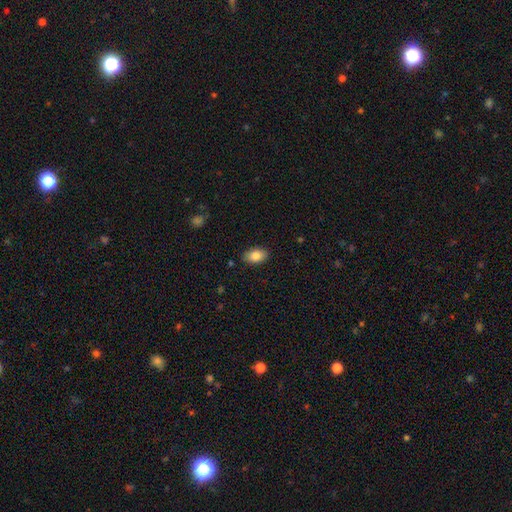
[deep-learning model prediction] smooth-or-featured: smooth: 85% | featured or disk: 7% | star or artifact: 7%
  how-rounded: in between: 91% | round: 8% | cigar-shaped: 2%
  merging: none: 85% | minor disturbance: 11% | major disturbance: 2% | merger: 1%